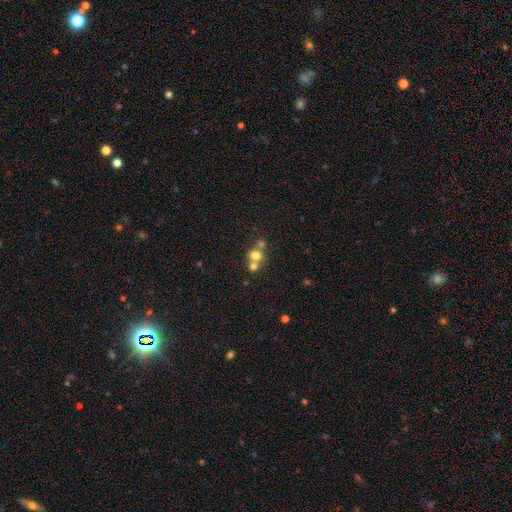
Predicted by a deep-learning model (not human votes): Smooth or featured: smooth — 70% (featured or disk — 16%)
How rounded: round — 81% (in between — 18%)
Merging: merger — 53% (none — 38%)